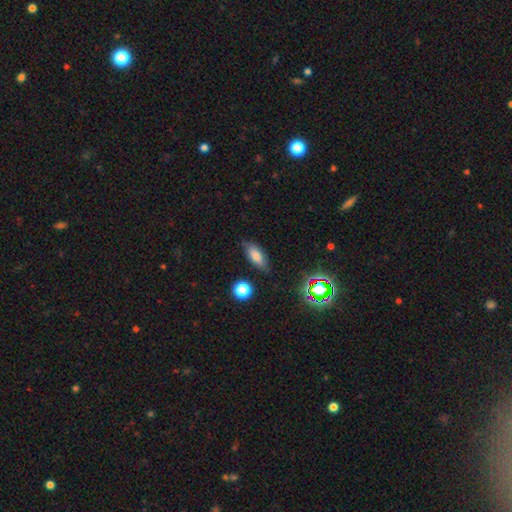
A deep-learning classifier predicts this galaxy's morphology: Q: Smooth or featured?
A: smooth (74%); runner-up: featured or disk (14%)
Q: How rounded?
A: in between (73%); runner-up: cigar-shaped (23%)
Q: Merging?
A: none (79%); runner-up: minor disturbance (15%)